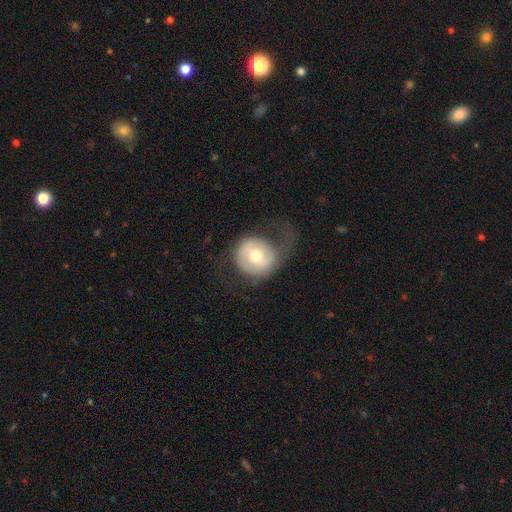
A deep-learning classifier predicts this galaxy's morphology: smooth-or-featured: featured or disk: 49% | smooth: 45% | star or artifact: 7%
  merging: none: 44% | major disturbance: 33% | minor disturbance: 22% | merger: 2%